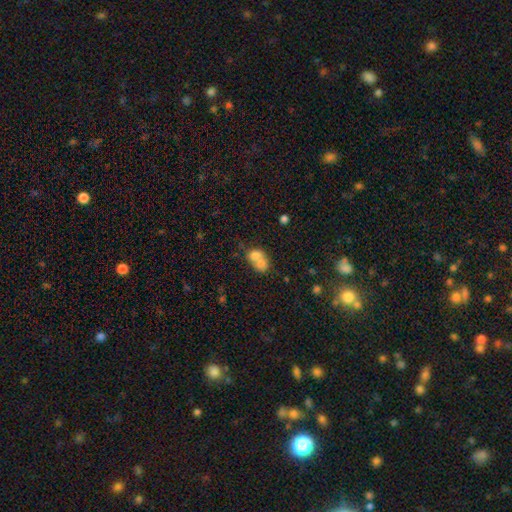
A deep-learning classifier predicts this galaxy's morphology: A smooth galaxy with no disk features (72%) that is round (50%). Merging: merger (73%).